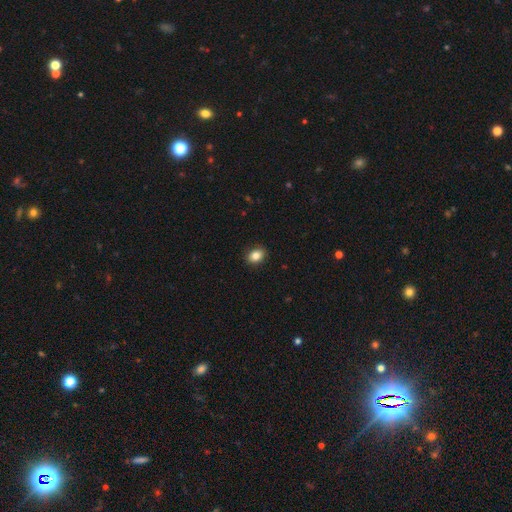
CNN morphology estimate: This is clearly a smooth galaxy (84%). How rounded: likely in between (62%). Merging: clearly none (90%).